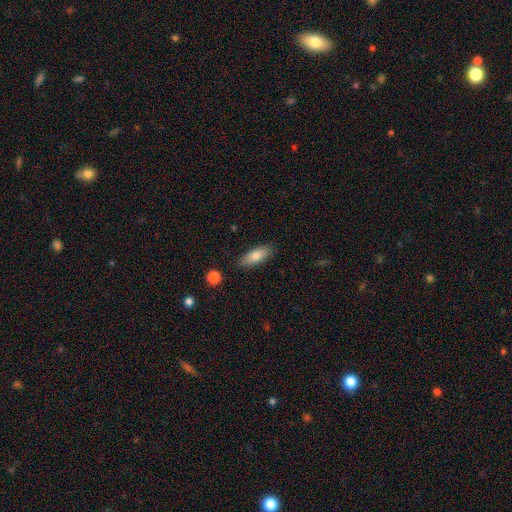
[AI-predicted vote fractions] Smooth or featured?
  - smooth: 79% *
  - featured or disk: 14%
  - star or artifact: 7%
How rounded?
  - in between: 77% *
  - cigar-shaped: 21%
  - round: 2%
Merging?
  - none: 86% *
  - minor disturbance: 10%
  - major disturbance: 2%
  - merger: 2%